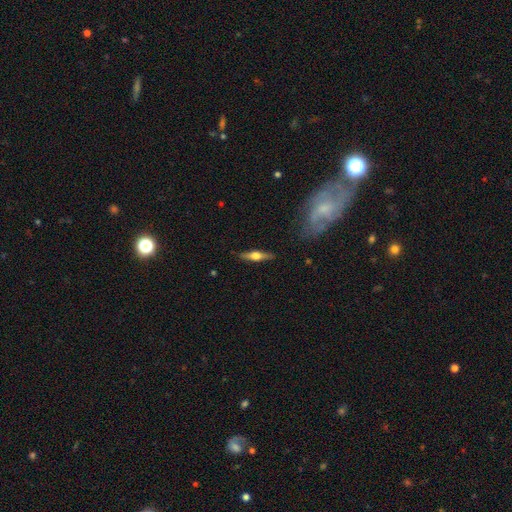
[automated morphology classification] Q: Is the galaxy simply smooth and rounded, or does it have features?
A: featured or disk — 63%.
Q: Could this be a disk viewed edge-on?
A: yes — 95%.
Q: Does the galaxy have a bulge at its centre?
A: rounded — 93%.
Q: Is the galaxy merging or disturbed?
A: none — 88%.